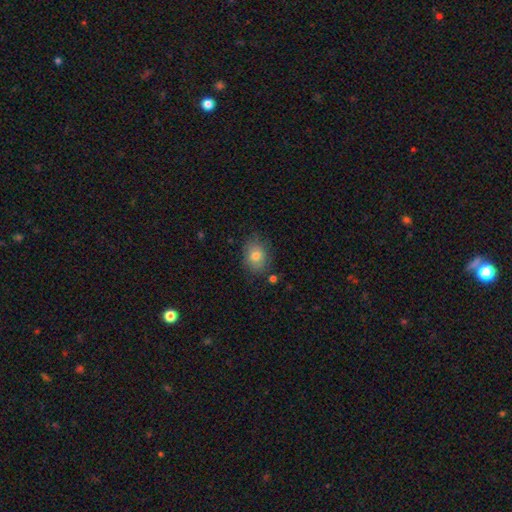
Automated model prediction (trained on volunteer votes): Smooth or featured?
  - smooth: 79% *
  - featured or disk: 12%
  - star or artifact: 9%
How rounded?
  - in between: 60% *
  - round: 39%
  - cigar-shaped: 1%
Merging?
  - none: 77% *
  - minor disturbance: 17%
  - major disturbance: 4%
  - merger: 3%